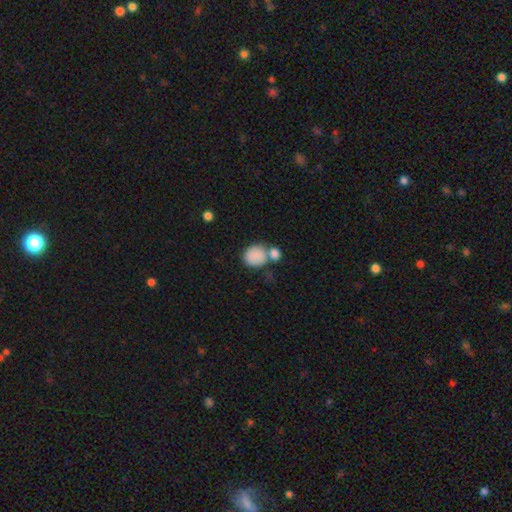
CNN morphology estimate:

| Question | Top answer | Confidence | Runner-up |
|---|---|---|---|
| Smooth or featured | smooth | 86% | star or artifact (8%) |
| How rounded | round | 72% | in between (27%) |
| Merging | none | 45% | merger (37%) |